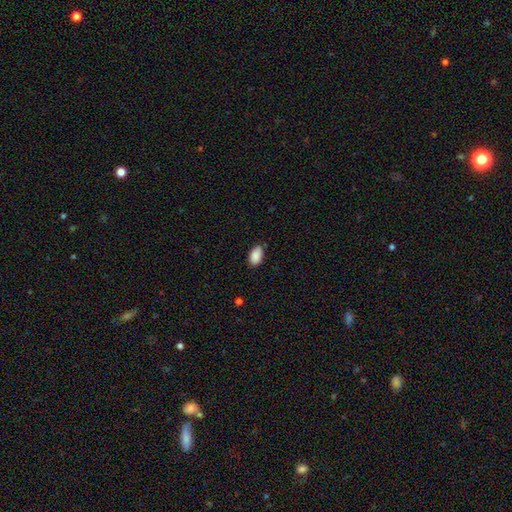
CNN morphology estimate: This is clearly a smooth galaxy (90%). How rounded: clearly in between (94%). Merging: clearly none (80%).